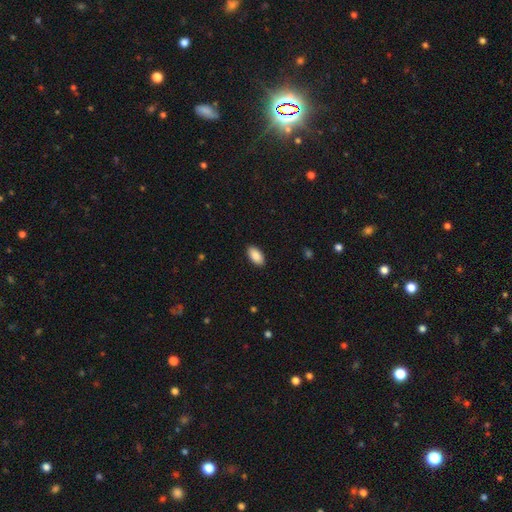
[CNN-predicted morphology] Smooth or featured? smooth (90%)
How rounded? in between (94%)
Merging? none (90%)